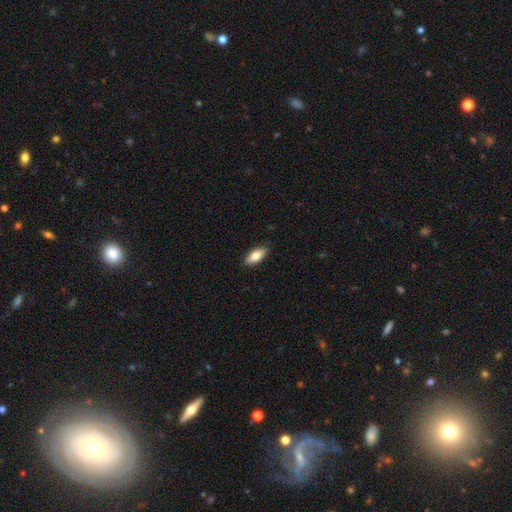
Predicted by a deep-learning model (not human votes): Overall: smooth (79%). How rounded: in between (80%). Merging: none (88%).